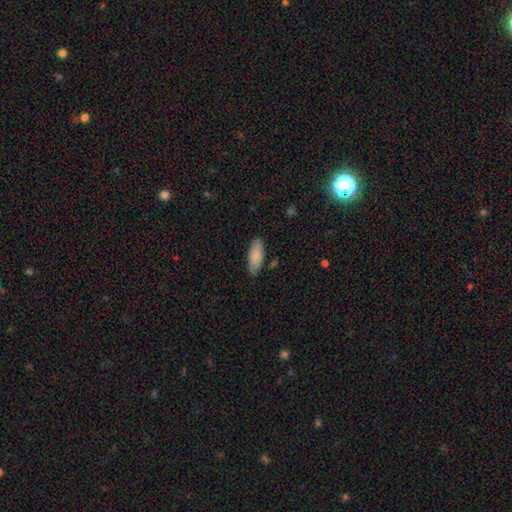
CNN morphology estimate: A smooth galaxy with no disk features (86%) that is in between round and cigar-shaped (75%). Merging: none (81%).